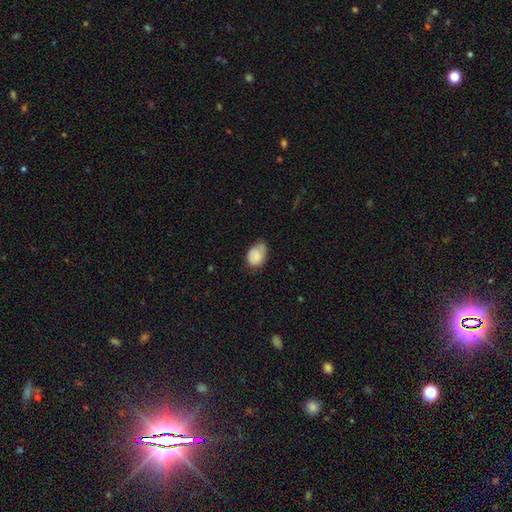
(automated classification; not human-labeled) Smooth or featured? smooth (83%)
How rounded? in between (75%)
Merging? none (48%)